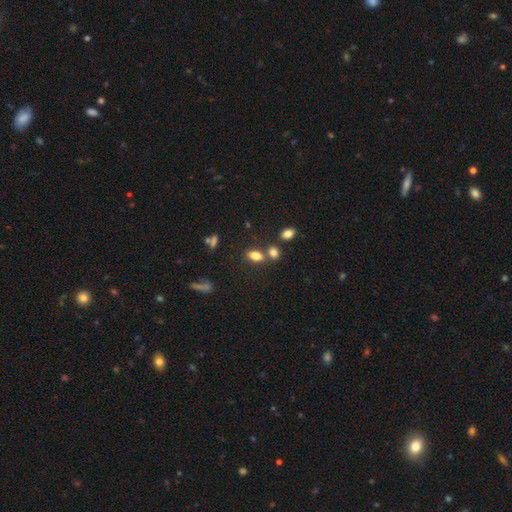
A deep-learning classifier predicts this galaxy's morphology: This appears to be a smooth galaxy with no disk features (79%) that is in between round and cigar-shaped (83%). Merging: none (58%).